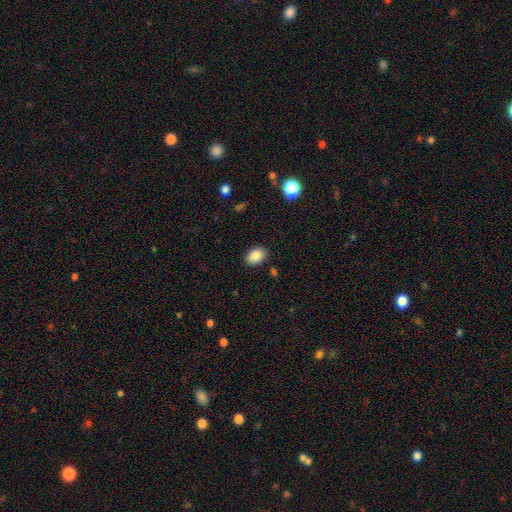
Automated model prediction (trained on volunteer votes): The model was most divided on "how rounded": in between: 83%, round: 16%, cigar-shaped: 1%. More confident: merging — none (87%); smooth or featured — smooth (86%).